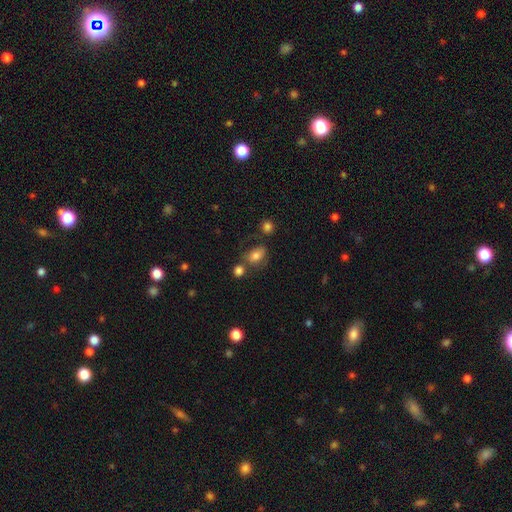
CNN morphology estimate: smooth-or-featured: smooth: 76% | featured or disk: 13% | star or artifact: 11%
  how-rounded: in between: 76% | round: 22% | cigar-shaped: 2%
  merging: none: 53% | minor disturbance: 19% | merger: 19% | major disturbance: 9%